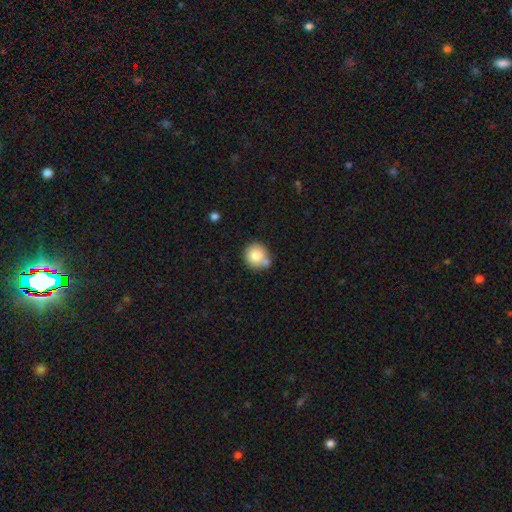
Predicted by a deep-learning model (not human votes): Smooth or featured?
  - smooth: 80% *
  - featured or disk: 11%
  - star or artifact: 9%
How rounded?
  - round: 90% *
  - in between: 9%
  - cigar-shaped: 1%
Merging?
  - none: 62% *
  - merger: 22%
  - minor disturbance: 13%
  - major disturbance: 3%